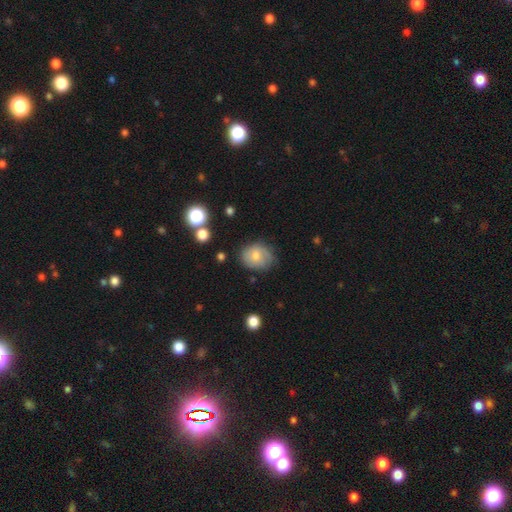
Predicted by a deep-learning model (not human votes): Smooth or featured? Predicted: smooth (p=0.70). How rounded? Predicted: round (p=0.57). Merging? Predicted: none (p=0.70).